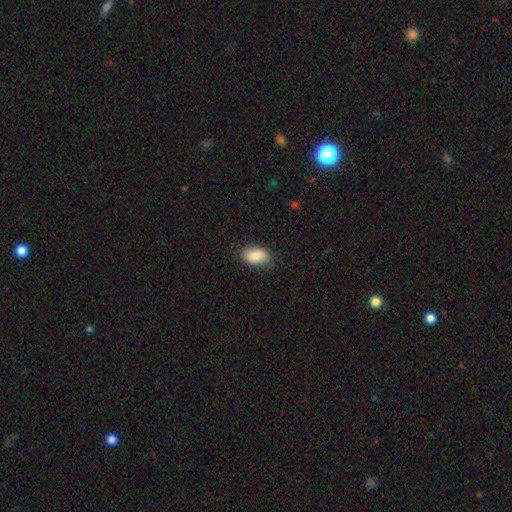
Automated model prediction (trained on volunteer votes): smooth-or-featured: smooth: 86% | featured or disk: 7% | star or artifact: 7%
  how-rounded: in between: 92% | round: 7% | cigar-shaped: 1%
  merging: none: 83% | minor disturbance: 13% | major disturbance: 3% | merger: 1%